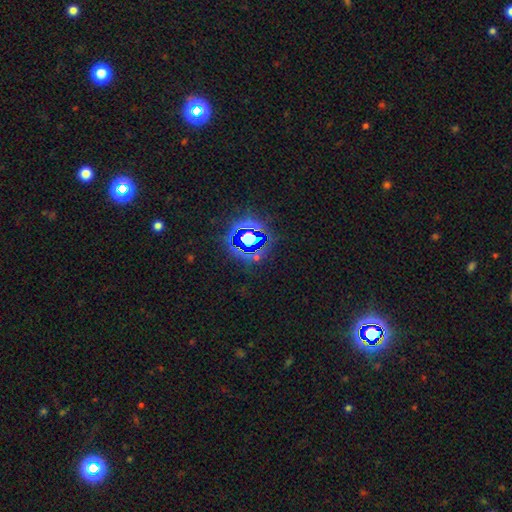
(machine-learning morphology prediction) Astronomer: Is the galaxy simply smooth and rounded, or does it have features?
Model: star or artifact — 78%.